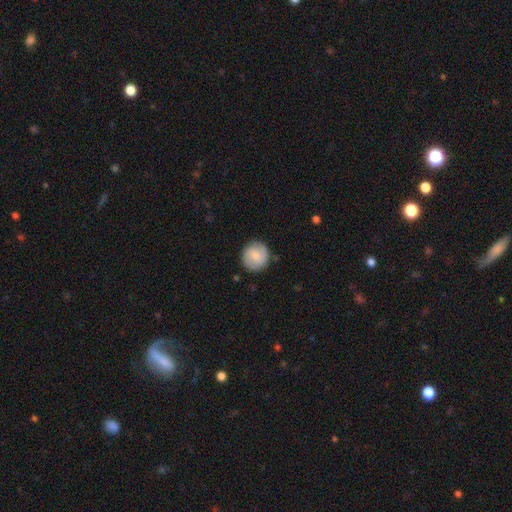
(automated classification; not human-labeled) The model was most divided on "smooth or featured": smooth: 64%, featured or disk: 29%, star or artifact: 7%. More confident: how rounded — round (92%); merging — none (86%).